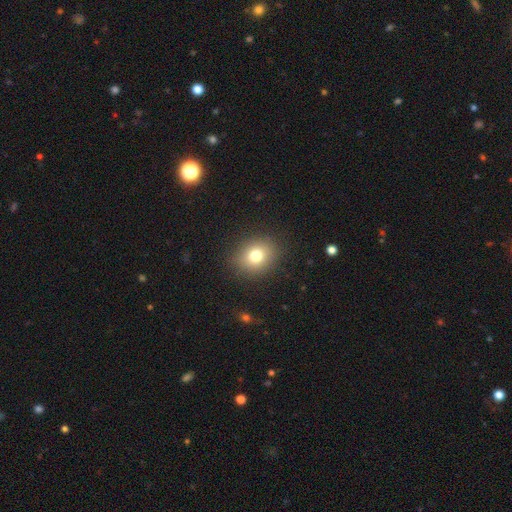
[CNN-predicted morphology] This appears to be a smooth galaxy with no disk features (77%) that is round (61%). Merging: none (88%).